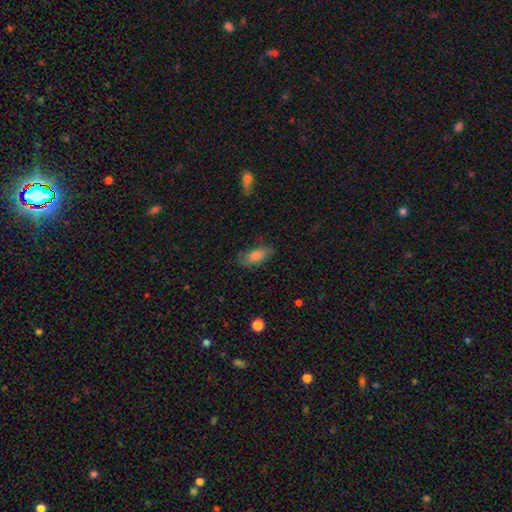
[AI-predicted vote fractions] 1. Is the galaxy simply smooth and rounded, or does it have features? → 76% smooth, 17% featured or disk, 7% star or artifact.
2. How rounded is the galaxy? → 81% in between, 16% cigar-shaped, 3% round.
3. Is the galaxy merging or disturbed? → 75% none, 19% minor disturbance, 5% major disturbance, 1% merger.